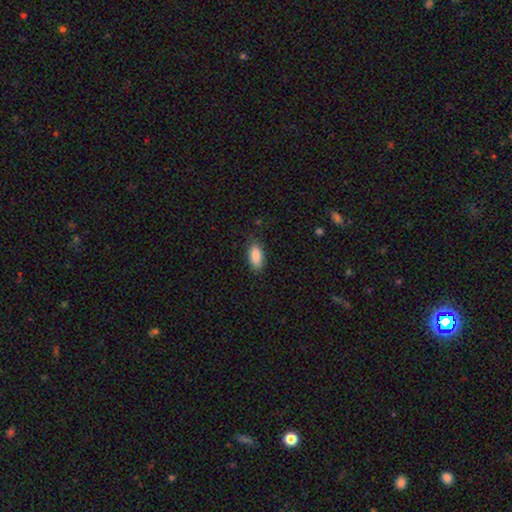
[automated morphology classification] A smooth galaxy with no disk features (89%) that is in between round and cigar-shaped (90%). Merging: none (84%).